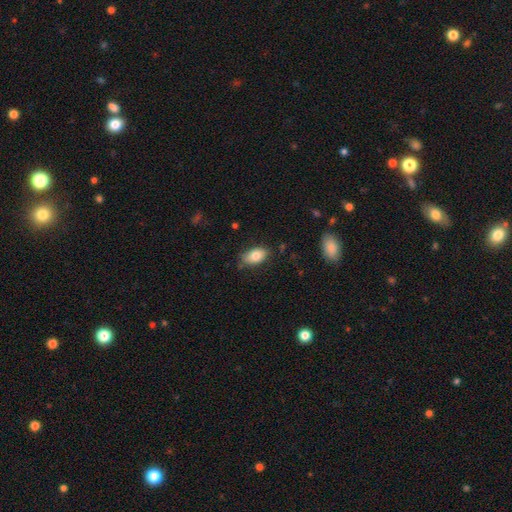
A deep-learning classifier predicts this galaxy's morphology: Smooth or featured: smooth — 81% (featured or disk — 12%)
How rounded: in between — 92% (round — 6%)
Merging: none — 75% (minor disturbance — 20%)